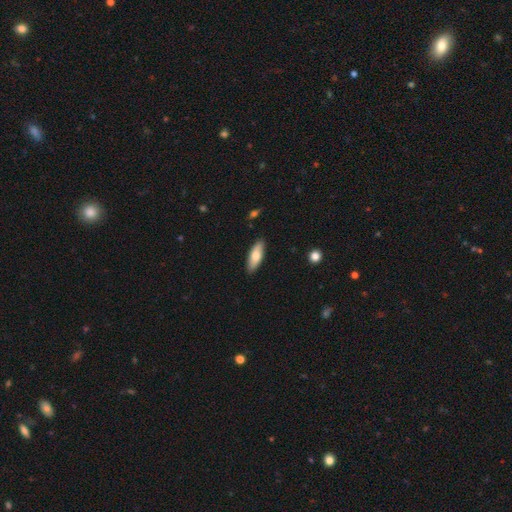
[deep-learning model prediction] A smooth galaxy with no disk features (73%) that is in between round and cigar-shaped (59%). Merging: none (88%).